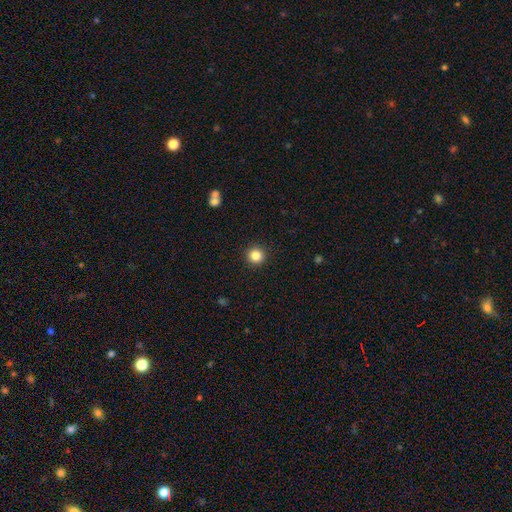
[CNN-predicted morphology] This is clearly a smooth galaxy (84%). How rounded: clearly round (95%). Merging: clearly none (93%).